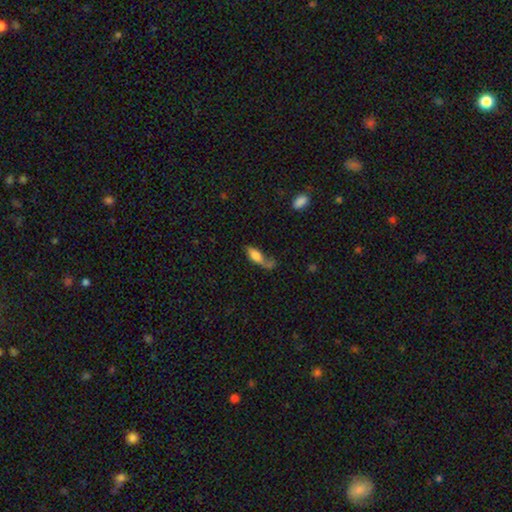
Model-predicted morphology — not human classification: smooth-or-featured: smooth: 74% | featured or disk: 17% | star or artifact: 9%
  how-rounded: in between: 75% | cigar-shaped: 21% | round: 4%
  merging: none: 31% | merger: 25% | major disturbance: 24% | minor disturbance: 20%